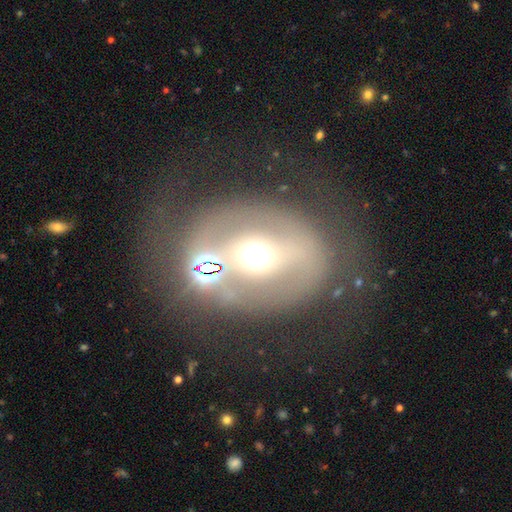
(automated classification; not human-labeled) Smooth or featured?
  - featured or disk: 64% *
  - smooth: 24%
  - star or artifact: 12%
Edge-on disk?
  - no: 92% *
  - yes: 8%
Bar?
  - strong: 39% *
  - no: 36%
  - weak: 25%
Spiral arms?
  - no: 65% *
  - yes: 35%
Bulge size?
  - moderate: 58% *
  - large: 23%
  - small: 9%
  - dominant: 8%
  - none: 1%
Merging?
  - none: 62% *
  - major disturbance: 17%
  - minor disturbance: 16%
  - merger: 5%